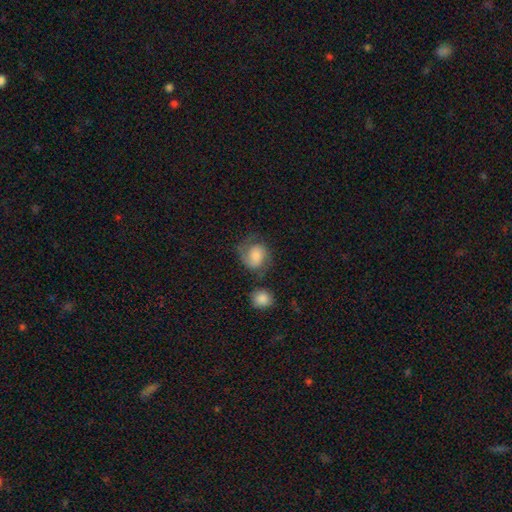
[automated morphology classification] The model was most divided on "bulge size": moderate: 41%, small: 27%, large: 20%, none: 9%, dominant: 4%. More confident: edge-on disk — no (98%); spiral arms — yes (91%); bar — no (61%); merging — none (57%); smooth or featured — featured or disk (55%).